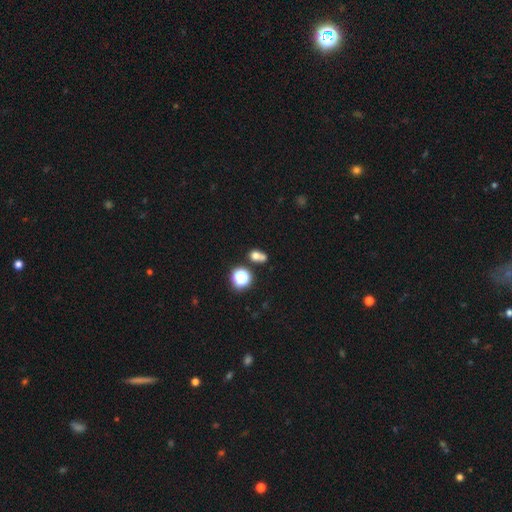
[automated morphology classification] smooth_or_featured: smooth (p=0.67) [alt: star or artifact p=0.19]
how_rounded: round (p=0.54) [alt: in between p=0.43]
merging: merger (p=0.41) [alt: none p=0.39]